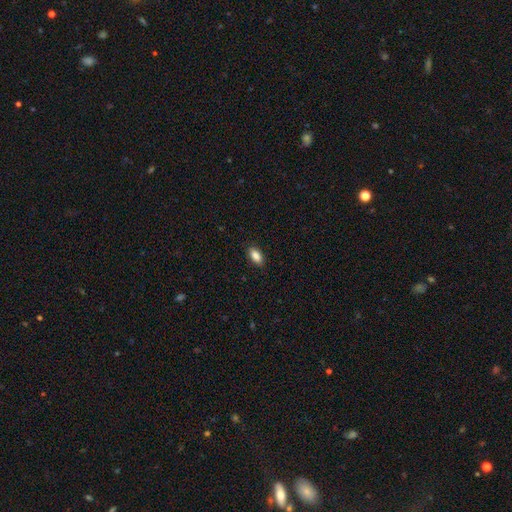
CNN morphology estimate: A smooth galaxy with no disk features (87%) that is in between round and cigar-shaped (91%). Merging: none (88%).